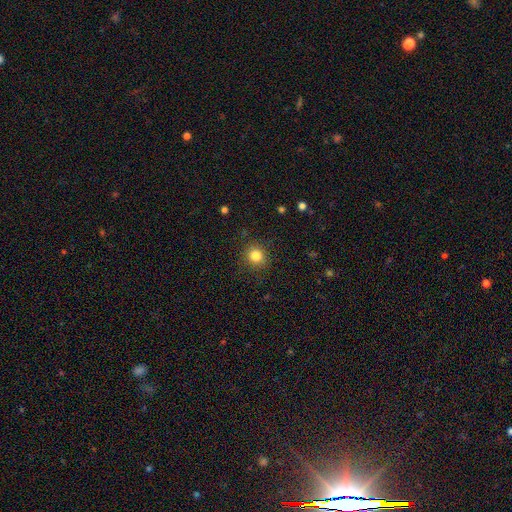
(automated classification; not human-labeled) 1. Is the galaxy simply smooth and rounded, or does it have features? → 83% smooth, 11% star or artifact, 5% featured or disk.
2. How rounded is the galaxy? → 89% round, 10% in between, 1% cigar-shaped.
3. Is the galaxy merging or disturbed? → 89% none, 8% minor disturbance, 3% major disturbance, 1% merger.